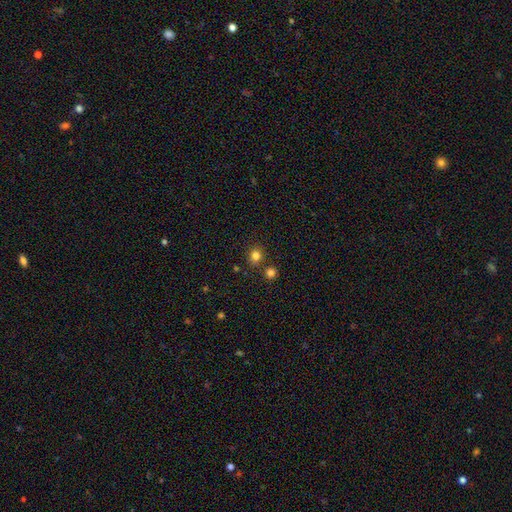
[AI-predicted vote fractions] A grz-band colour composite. It shows a smooth galaxy with no disk features (81%) that is round (79%). Merging: none (79%).